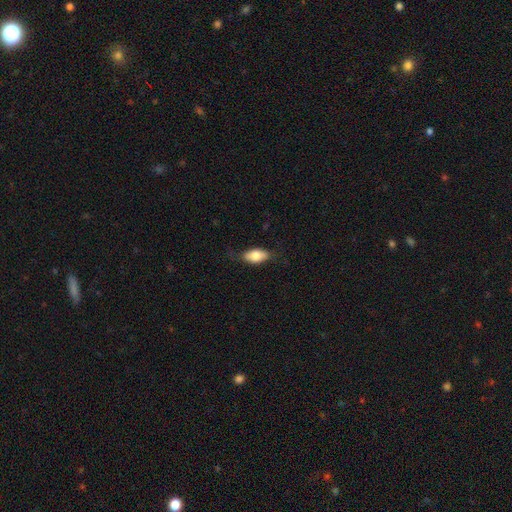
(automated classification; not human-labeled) smooth_or_featured: smooth (p=0.77) [alt: featured or disk p=0.16]
how_rounded: in between (p=0.89) [alt: cigar-shaped p=0.07]
merging: none (p=0.74) [alt: minor disturbance p=0.19]